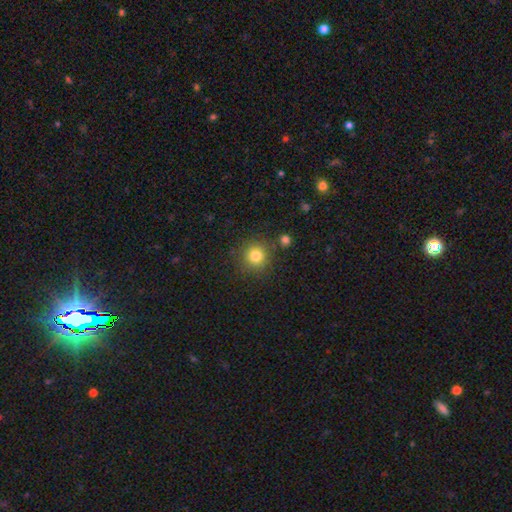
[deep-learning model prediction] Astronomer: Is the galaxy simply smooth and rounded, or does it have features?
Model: smooth — 81%.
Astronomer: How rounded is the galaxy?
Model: round — 92%.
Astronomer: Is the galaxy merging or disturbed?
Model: none — 84%.